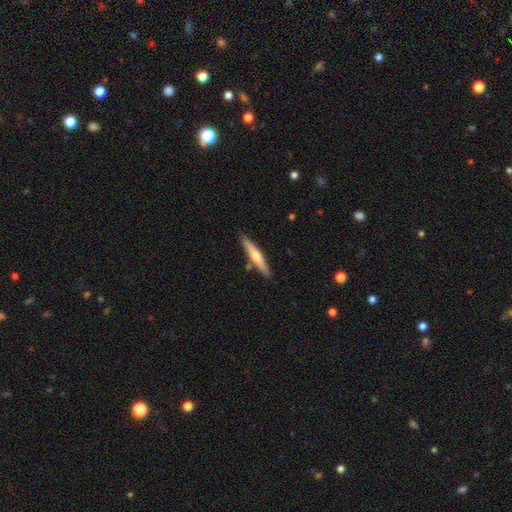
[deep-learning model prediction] This is possibly a smooth galaxy (49%). Merging: clearly none (85%).